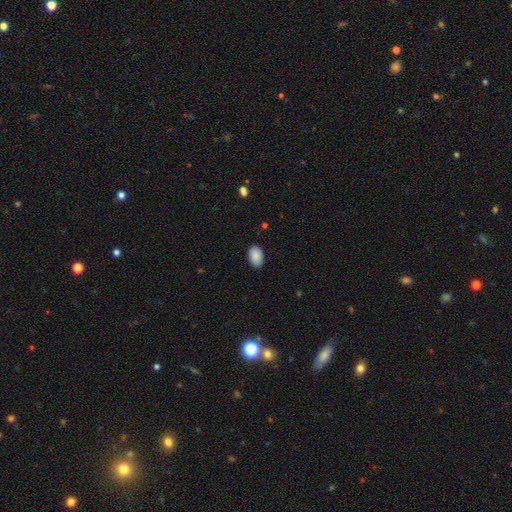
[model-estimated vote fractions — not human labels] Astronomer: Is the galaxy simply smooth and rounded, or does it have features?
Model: smooth — 89%.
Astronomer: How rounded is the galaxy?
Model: in between — 91%.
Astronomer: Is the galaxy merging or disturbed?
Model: none — 86%.